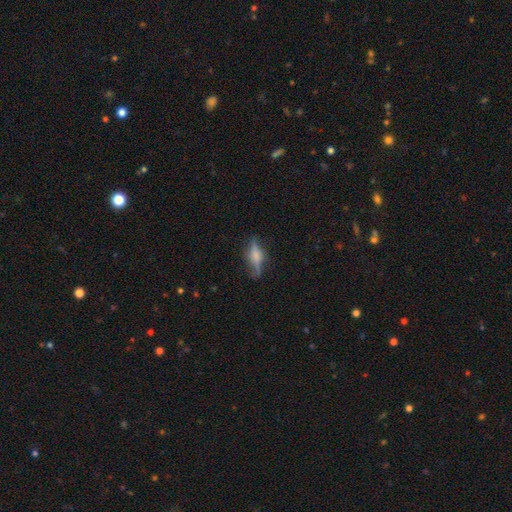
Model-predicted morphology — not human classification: This is possibly a featured or disk galaxy (54%). It is clearly viewed edge-on (87%). Merging: likely none (69%).